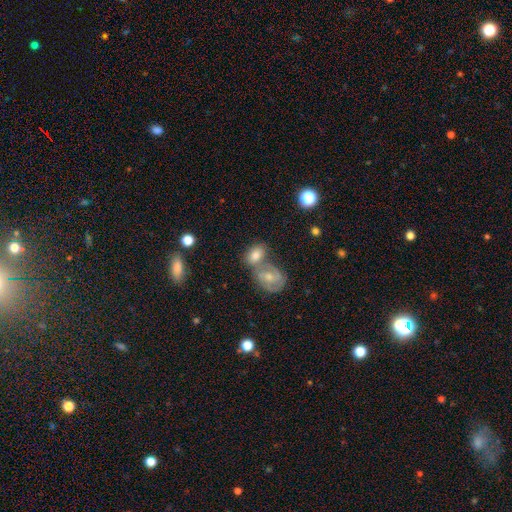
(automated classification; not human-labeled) smooth 58%, featured or disk 32%, star or artifact 10%. Down the decision tree: how rounded — in between (75%); merging — merger (44%).